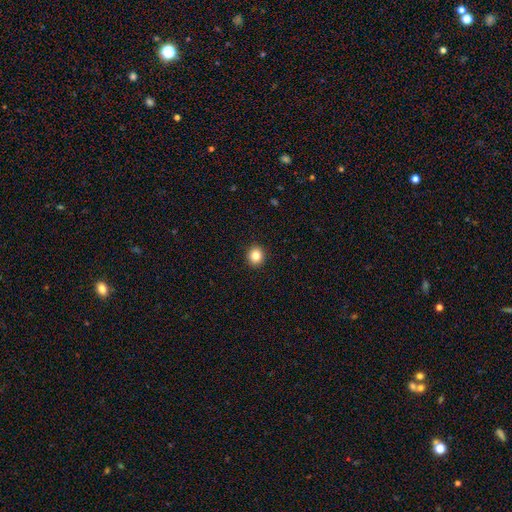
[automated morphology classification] Smooth or featured?
  - smooth: 85% *
  - star or artifact: 10%
  - featured or disk: 5%
How rounded?
  - round: 85% *
  - in between: 14%
  - cigar-shaped: 1%
Merging?
  - none: 93% *
  - minor disturbance: 5%
  - major disturbance: 2%
  - merger: 1%